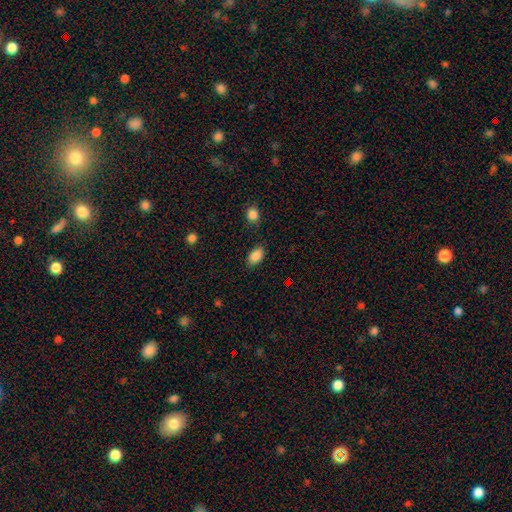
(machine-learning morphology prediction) The model was most divided on "merging": none: 81%, minor disturbance: 13%, major disturbance: 3%, merger: 2%. More confident: how rounded — in between (89%); smooth or featured — smooth (87%).